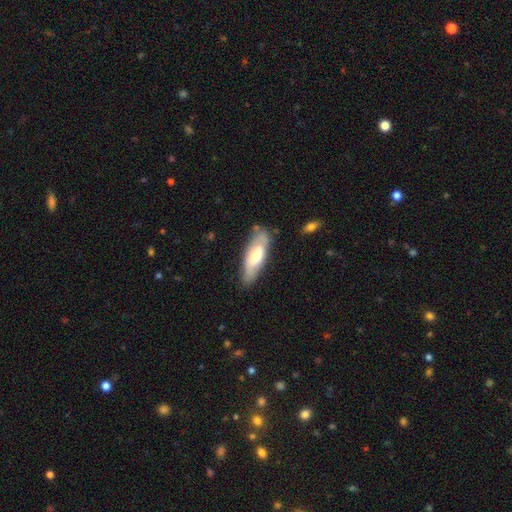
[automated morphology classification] smooth_or_featured: smooth (p=0.56) [alt: featured or disk p=0.38]
how_rounded: in between (p=0.62) [alt: cigar-shaped p=0.36]
merging: none (p=0.74) [alt: minor disturbance p=0.19]